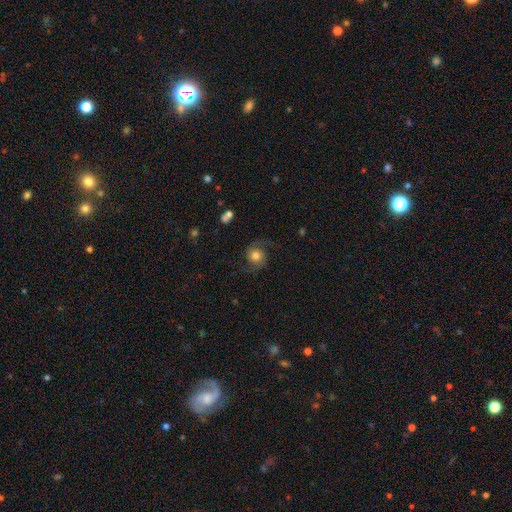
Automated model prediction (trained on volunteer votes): Smooth or featured? Predicted: featured or disk (p=0.71). Edge-on disk? Predicted: no (p=0.98). Bar? Predicted: no (p=0.75). Spiral arms? Predicted: yes (p=0.95). Spiral winding? Predicted: loose (p=0.50). Spiral arm count? Predicted: 2 (p=0.93). Bulge size? Predicted: moderate (p=0.62). Merging? Predicted: none (p=0.75).